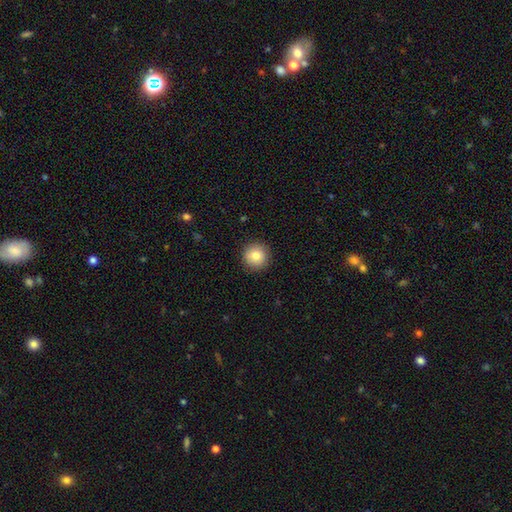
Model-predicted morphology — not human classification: A smooth galaxy with no disk features (84%) that is round (94%). Merging: none (91%).